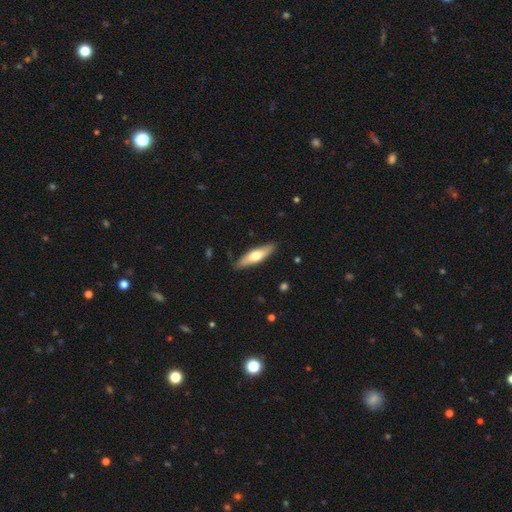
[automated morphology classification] A smooth galaxy with no disk features (56%) that is cigar-shaped (68%).

Vote fractions:
- Smooth or featured? smooth: 56% / featured or disk: 39% / star or artifact: 5%
- How rounded? cigar-shaped: 68% / in between: 30% / round: 2%
- Merging? none: 88% / minor disturbance: 9% / major disturbance: 2% / merger: 1%